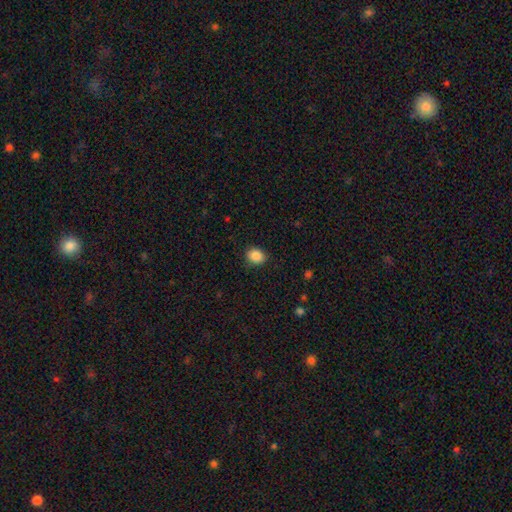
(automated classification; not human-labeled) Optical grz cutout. It shows a smooth galaxy with no disk features (88%) that is round (52%). Merging: none (87%).